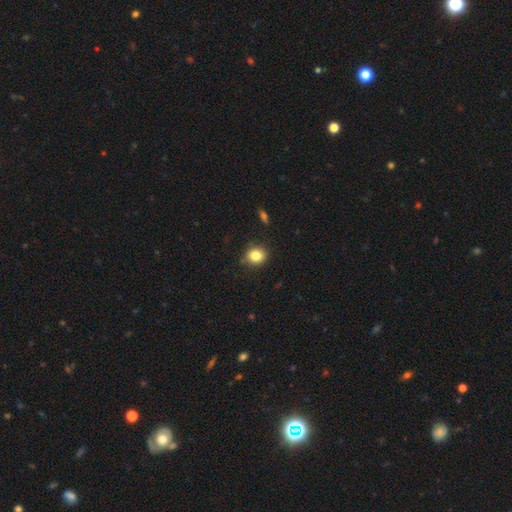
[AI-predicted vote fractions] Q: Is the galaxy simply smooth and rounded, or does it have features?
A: smooth — 83%.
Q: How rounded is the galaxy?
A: round — 77%.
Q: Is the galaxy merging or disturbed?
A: none — 85%.